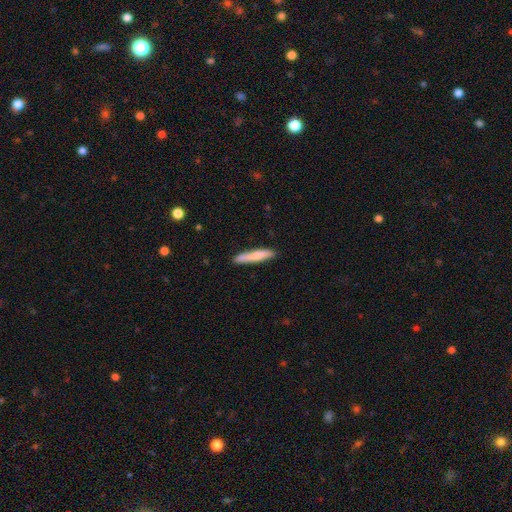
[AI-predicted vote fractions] The model was most divided on "smooth or featured": smooth: 76%, featured or disk: 18%, star or artifact: 5%. More confident: how rounded — cigar-shaped (92%); merging — none (86%).